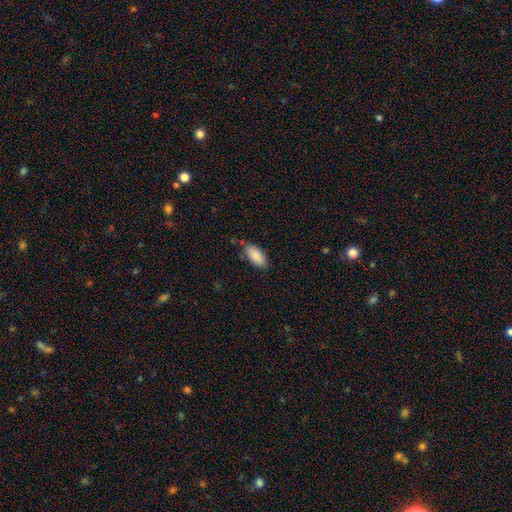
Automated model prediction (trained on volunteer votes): Smooth or featured?
  - smooth: 89% *
  - star or artifact: 6%
  - featured or disk: 5%
How rounded?
  - in between: 91% *
  - cigar-shaped: 7%
  - round: 2%
Merging?
  - none: 71% *
  - minor disturbance: 22%
  - major disturbance: 5%
  - merger: 3%